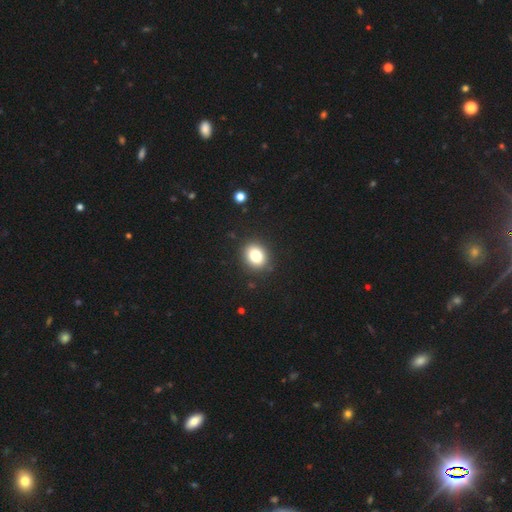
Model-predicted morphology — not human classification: type=smooth (82%); roundness=round (58%); merging=none (89%).